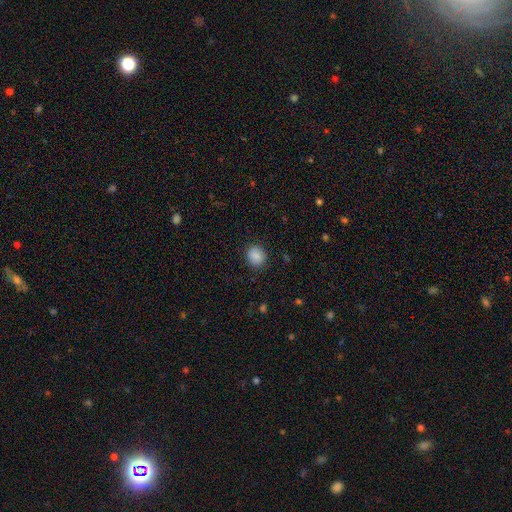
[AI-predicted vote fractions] This is clearly a smooth galaxy (87%). How rounded: likely round (78%). Merging: clearly none (88%).